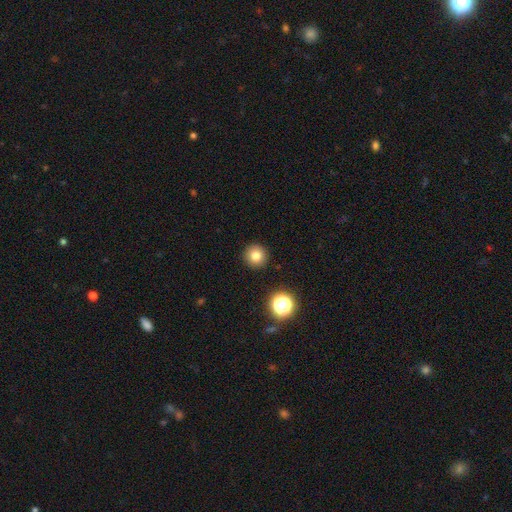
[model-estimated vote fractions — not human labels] Smooth or featured: smooth — 81% (star or artifact — 13%)
How rounded: round — 95% (in between — 4%)
Merging: none — 92% (minor disturbance — 5%)